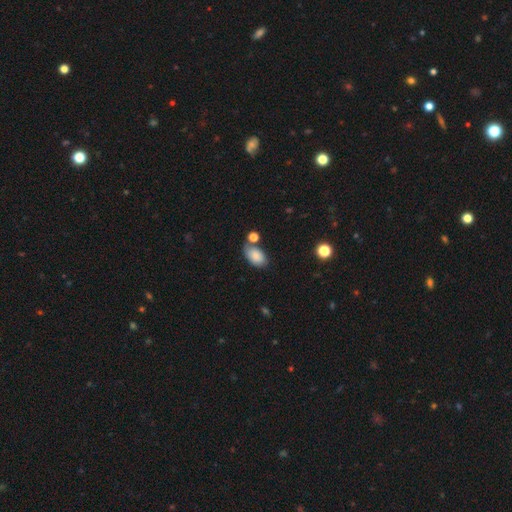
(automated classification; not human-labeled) Q: Smooth or featured?
A: smooth (81%); runner-up: featured or disk (11%)
Q: How rounded?
A: in between (92%); runner-up: round (7%)
Q: Merging?
A: none (58%); runner-up: minor disturbance (20%)